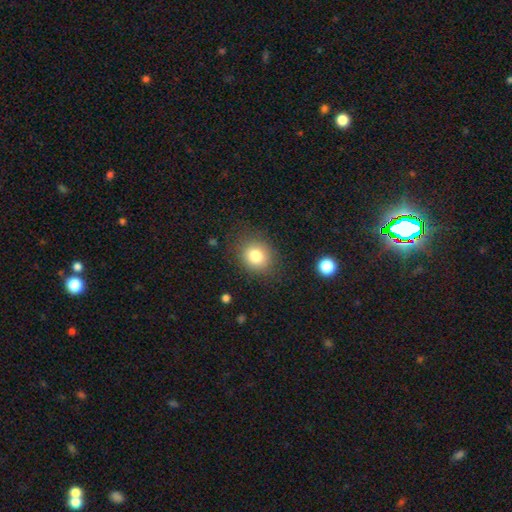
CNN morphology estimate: type=smooth (80%); roundness=round (69%); merging=none (83%).